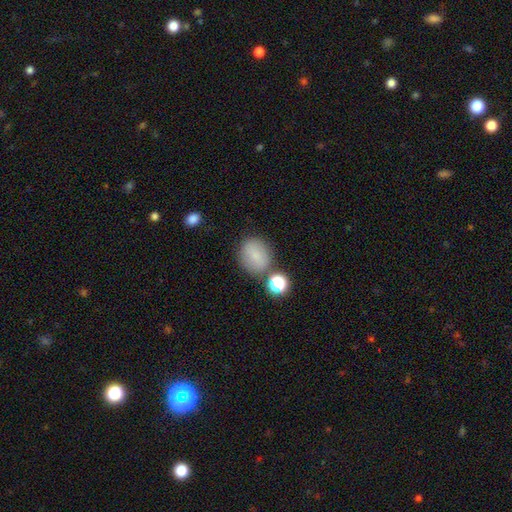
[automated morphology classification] Smooth or featured? Predicted: smooth (p=0.79). How rounded? Predicted: round (p=0.64). Merging? Predicted: none (p=0.72).